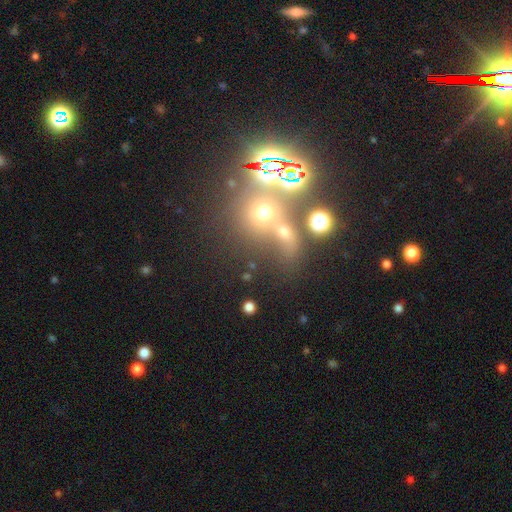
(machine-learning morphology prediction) Smooth or featured? Predicted: star or artifact (p=0.56).